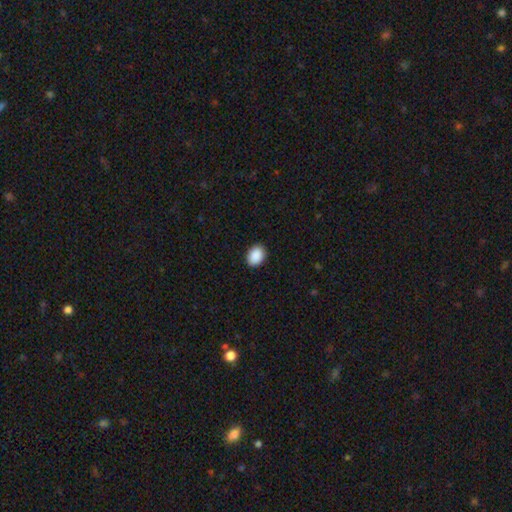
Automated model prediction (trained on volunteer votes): Smooth or featured? Predicted: smooth (p=0.91). How rounded? Predicted: in between (p=0.71). Merging? Predicted: none (p=0.90).